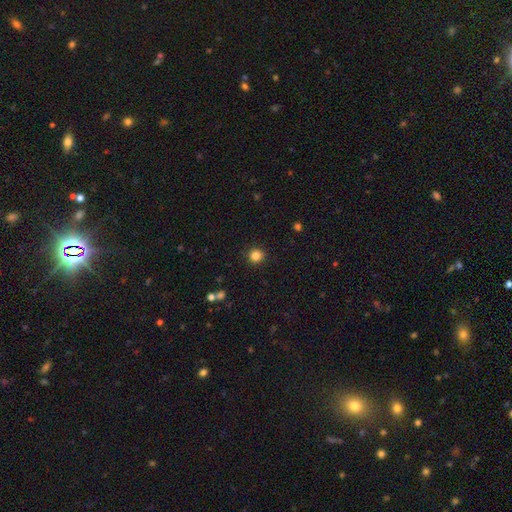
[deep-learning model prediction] Q: Smooth or featured?
A: smooth (84%); runner-up: star or artifact (12%)
Q: How rounded?
A: round (92%); runner-up: in between (7%)
Q: Merging?
A: none (91%); runner-up: minor disturbance (6%)